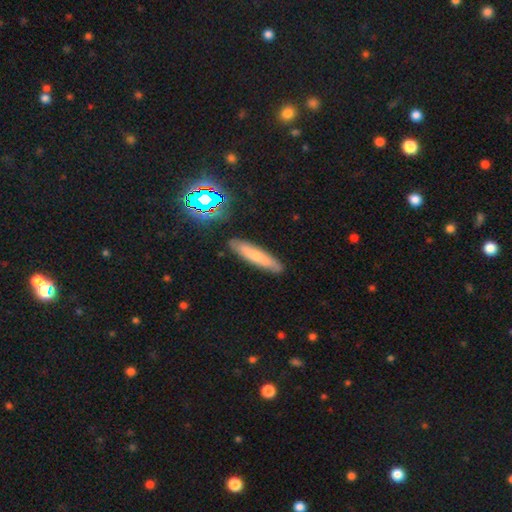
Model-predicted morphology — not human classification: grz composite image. It shows a smooth galaxy with no disk features (63%) that is cigar-shaped (86%). Merging: none (87%).